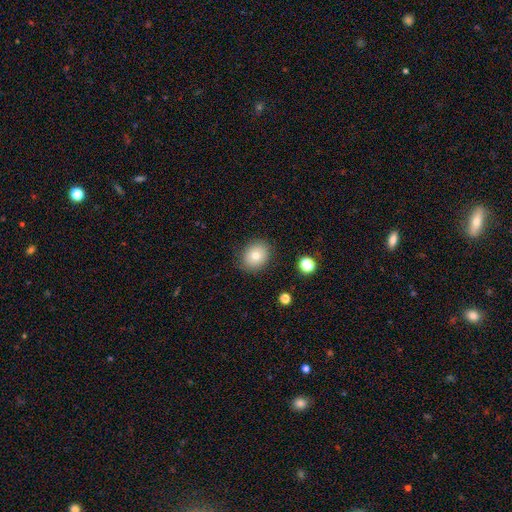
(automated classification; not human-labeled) smooth-or-featured: smooth: 78% | featured or disk: 12% | star or artifact: 10%
  how-rounded: round: 56% | in between: 43% | cigar-shaped: 1%
  merging: none: 86% | minor disturbance: 10% | major disturbance: 3% | merger: 1%